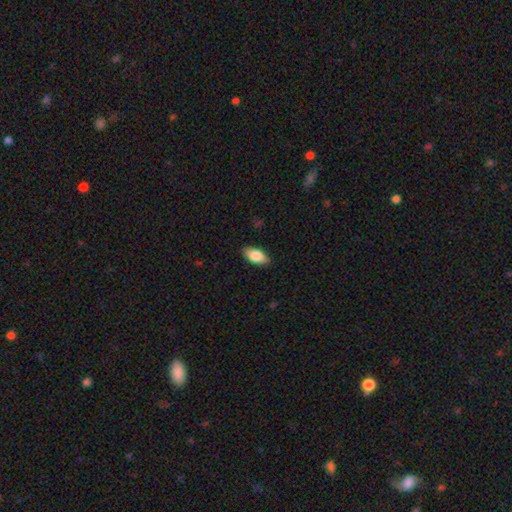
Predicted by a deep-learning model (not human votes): This is clearly a smooth galaxy (81%). How rounded: clearly in between (90%). Merging: clearly none (88%).